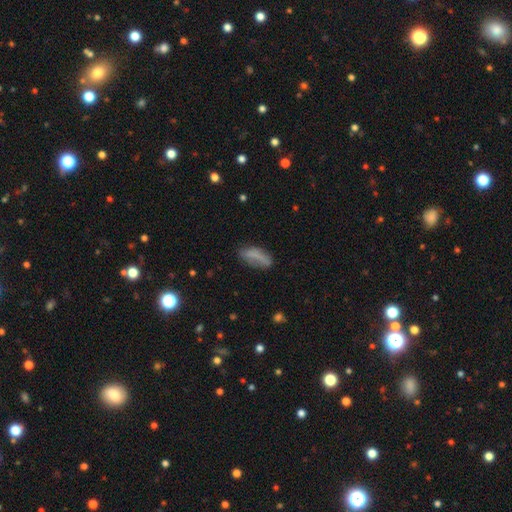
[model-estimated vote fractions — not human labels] smooth-or-featured: smooth: 71% | featured or disk: 19% | star or artifact: 10%
  how-rounded: in between: 60% | cigar-shaped: 37% | round: 3%
  merging: none: 56% | minor disturbance: 28% | major disturbance: 13% | merger: 4%